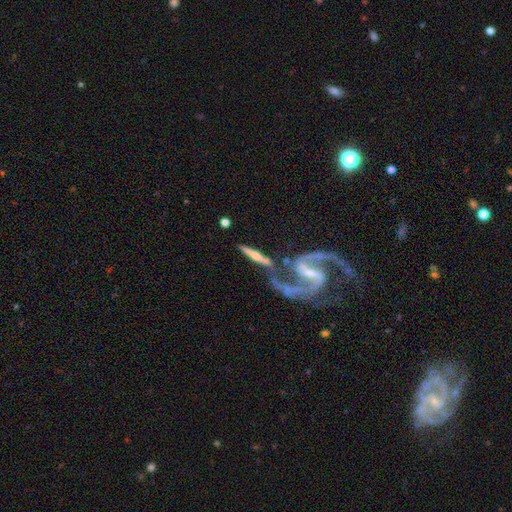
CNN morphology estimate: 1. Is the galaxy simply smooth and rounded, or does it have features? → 66% featured or disk, 28% smooth, 7% star or artifact.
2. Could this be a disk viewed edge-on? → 59% yes, 41% no.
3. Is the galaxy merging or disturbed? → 43% none, 31% merger, 15% minor disturbance, 11% major disturbance.